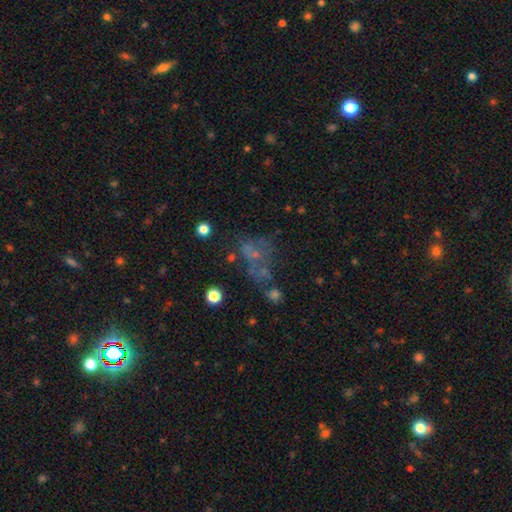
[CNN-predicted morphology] smooth 35%, star or artifact 33%, featured or disk 32%. Down the decision tree: merging — none (34%).